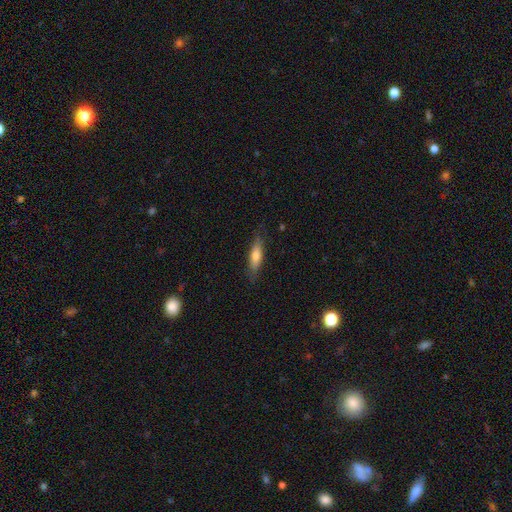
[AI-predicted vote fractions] smooth 68%, featured or disk 26%, star or artifact 6%. Down the decision tree: how rounded — cigar-shaped (66%); merging — none (82%).